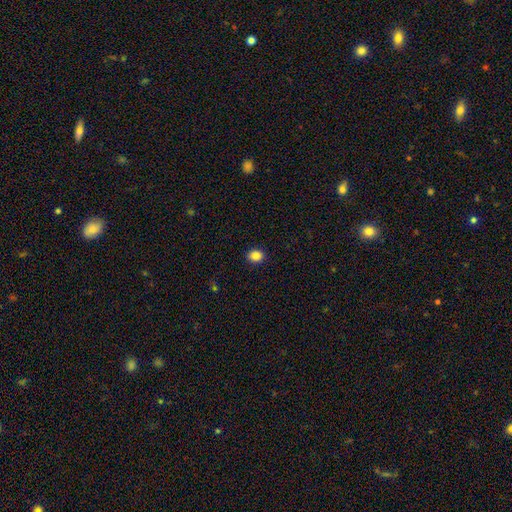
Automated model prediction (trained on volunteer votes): Q: Smooth or featured?
A: smooth (86%); runner-up: star or artifact (10%)
Q: How rounded?
A: round (55%); runner-up: in between (44%)
Q: Merging?
A: none (90%); runner-up: minor disturbance (7%)